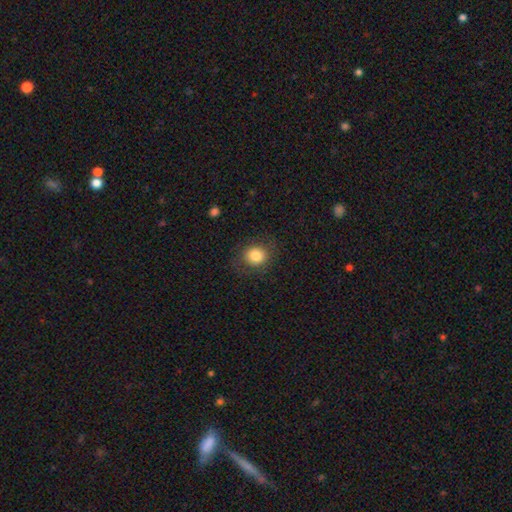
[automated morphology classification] Smooth or featured? Predicted: smooth (p=0.83). How rounded? Predicted: round (p=0.81). Merging? Predicted: none (p=0.84).